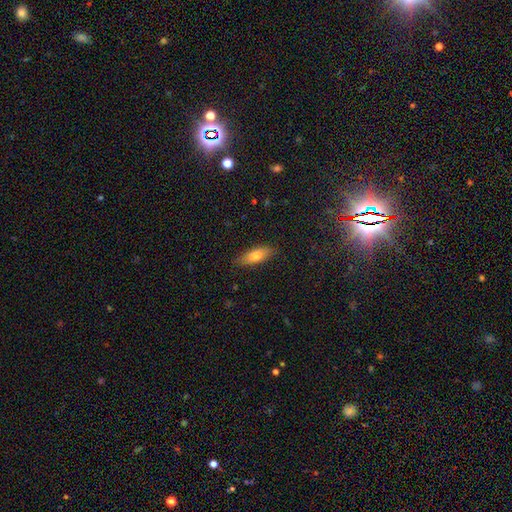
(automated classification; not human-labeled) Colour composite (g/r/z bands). It shows a smooth galaxy with no disk features (71%) that is in between round and cigar-shaped (61%). Merging: none (85%).